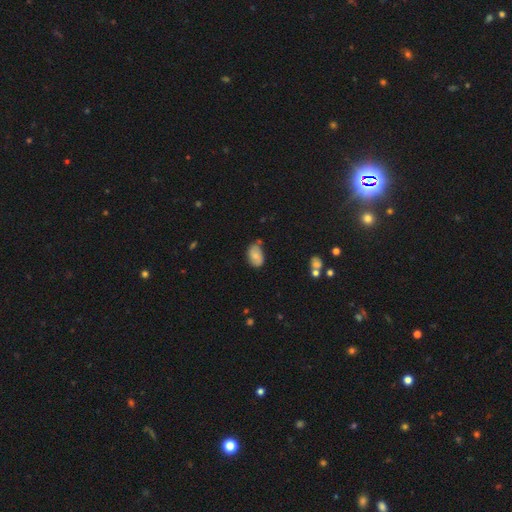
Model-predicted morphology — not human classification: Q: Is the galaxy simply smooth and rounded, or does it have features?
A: smooth — 75%.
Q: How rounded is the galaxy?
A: in between — 89%.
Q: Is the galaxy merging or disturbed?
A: none — 62%.